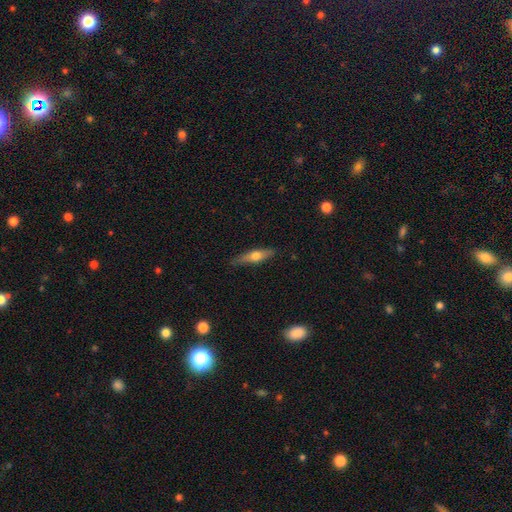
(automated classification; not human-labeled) A smooth galaxy with no disk features (49%).

Vote fractions:
- Smooth or featured? smooth: 49% / featured or disk: 45% / star or artifact: 6%
- Merging? none: 84% / minor disturbance: 12% / major disturbance: 2% / merger: 1%